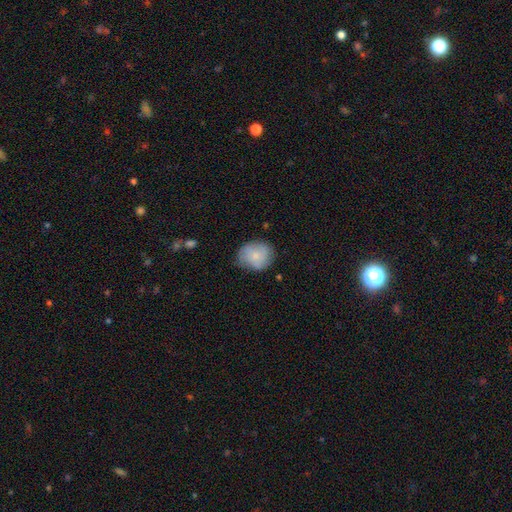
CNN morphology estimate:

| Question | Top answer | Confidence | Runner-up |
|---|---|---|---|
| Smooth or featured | smooth | 73% | featured or disk (20%) |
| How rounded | round | 58% | in between (41%) |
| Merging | none | 67% | minor disturbance (26%) |